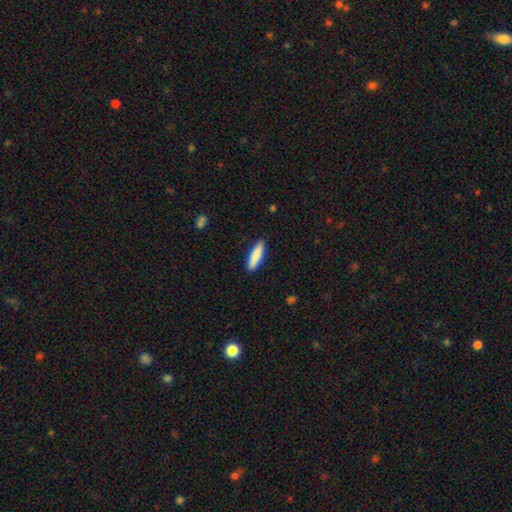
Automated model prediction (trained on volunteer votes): Smooth or featured: smooth — 85% (featured or disk — 9%)
How rounded: cigar-shaped — 69% (in between — 29%)
Merging: none — 89% (minor disturbance — 8%)